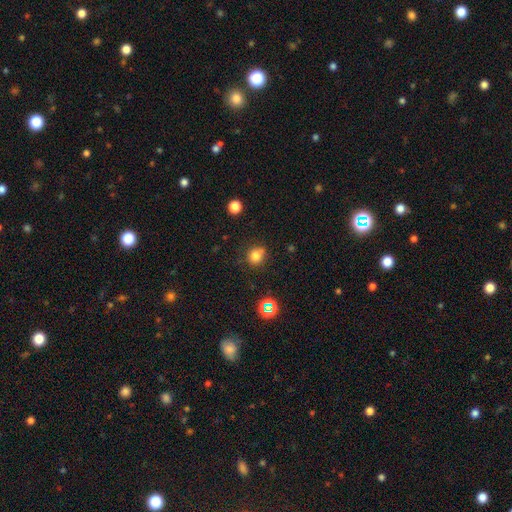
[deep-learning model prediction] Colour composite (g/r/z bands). It shows a smooth galaxy with no disk features (78%) that is round (81%). Merging: none (73%).